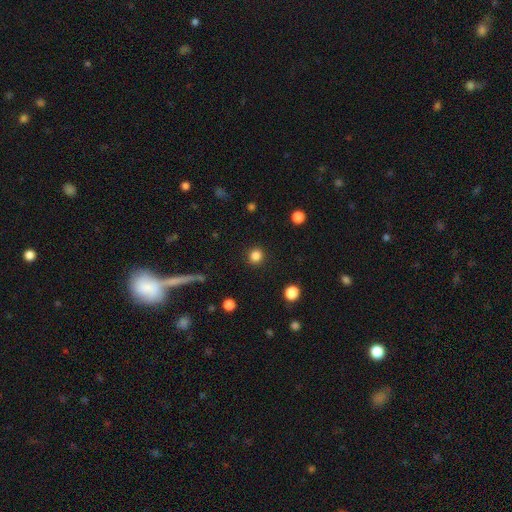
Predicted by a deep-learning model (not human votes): smooth_or_featured: smooth (p=0.84) [alt: star or artifact p=0.12]
how_rounded: round (p=0.92) [alt: in between p=0.07]
merging: none (p=0.91) [alt: minor disturbance p=0.05]